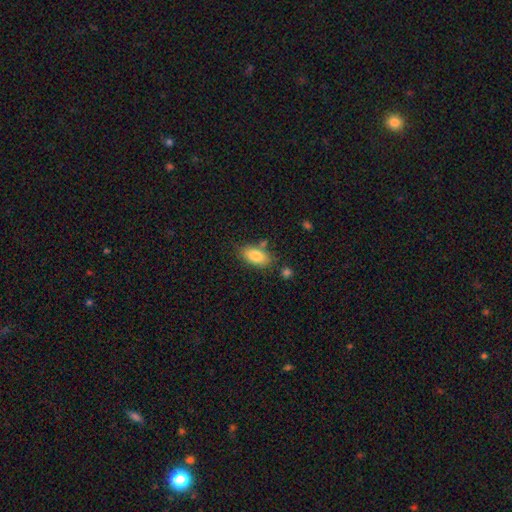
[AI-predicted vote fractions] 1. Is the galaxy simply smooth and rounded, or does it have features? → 83% smooth, 9% featured or disk, 7% star or artifact.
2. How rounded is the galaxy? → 91% in between, 5% round, 4% cigar-shaped.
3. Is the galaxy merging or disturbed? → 73% none, 16% minor disturbance, 7% merger, 4% major disturbance.